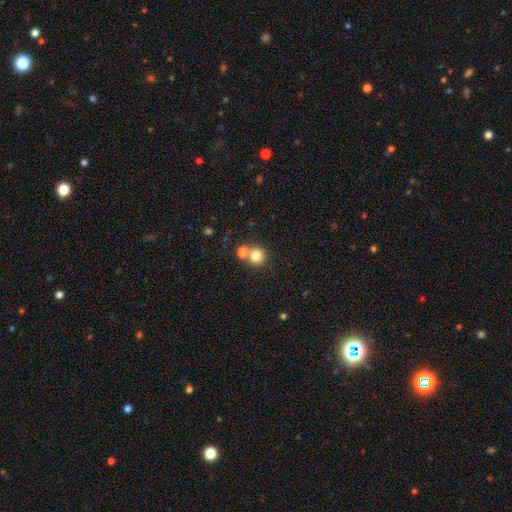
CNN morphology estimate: A smooth galaxy with no disk features (80%) that is round (91%). Merging: none (59%).